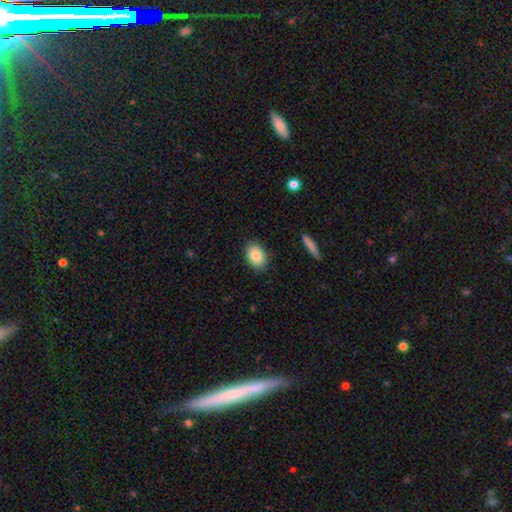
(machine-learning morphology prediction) Smooth or featured? Predicted: smooth (p=0.83). How rounded? Predicted: in between (p=0.82). Merging? Predicted: none (p=0.87).